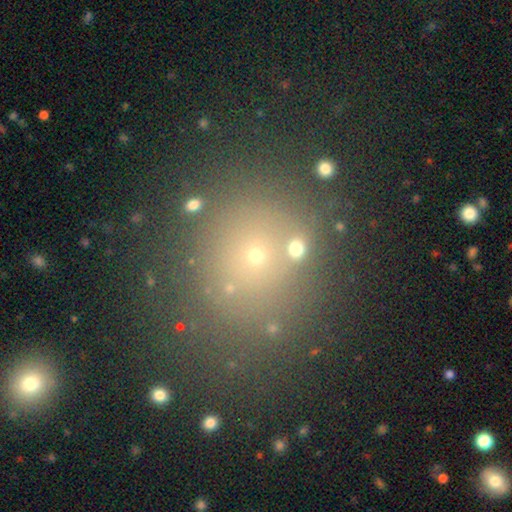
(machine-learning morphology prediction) Smooth or featured: smooth — 54% (star or artifact — 35%)
How rounded: round — 84% (in between — 15%)
Merging: none — 79% (minor disturbance — 10%)